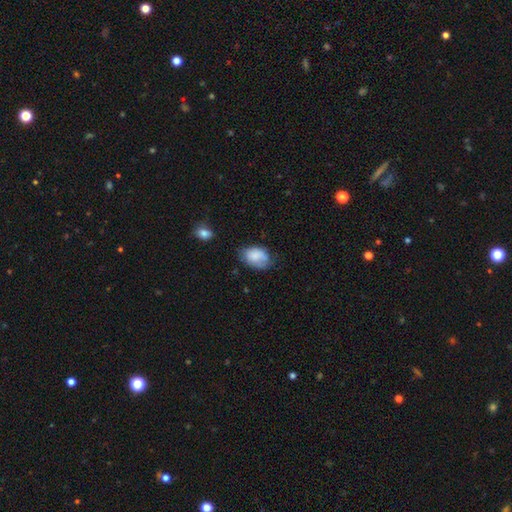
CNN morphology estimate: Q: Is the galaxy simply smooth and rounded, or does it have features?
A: smooth — 74%.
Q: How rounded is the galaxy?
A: in between — 83%.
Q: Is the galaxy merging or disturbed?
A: none — 49%.